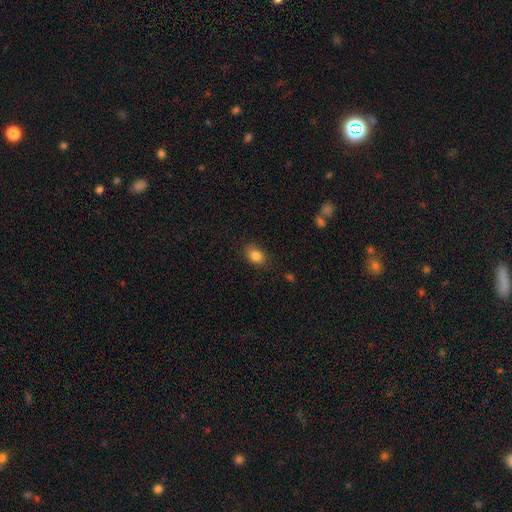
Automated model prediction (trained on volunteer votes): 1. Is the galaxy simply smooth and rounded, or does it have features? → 84% smooth, 10% star or artifact, 6% featured or disk.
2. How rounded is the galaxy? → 70% in between, 29% round, 1% cigar-shaped.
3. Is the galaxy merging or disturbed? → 84% none, 12% minor disturbance, 3% major disturbance, 1% merger.